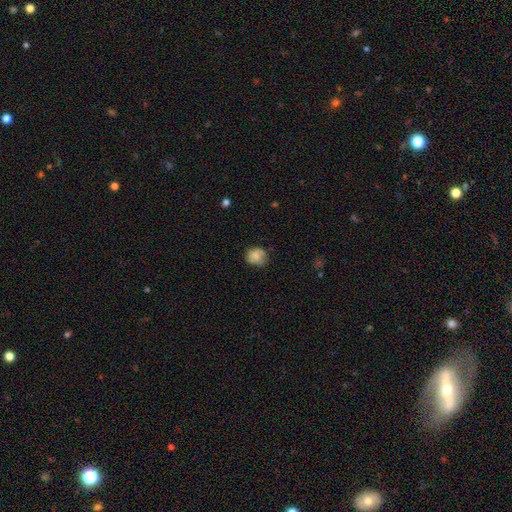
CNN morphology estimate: This is likely a smooth galaxy (74%). How rounded: likely round (71%). Merging: likely none (68%).